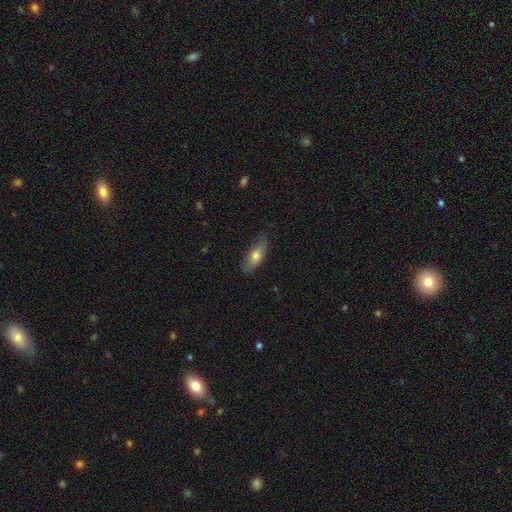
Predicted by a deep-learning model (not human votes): A smooth galaxy with no disk features (69%) that is in between round and cigar-shaped (70%). Merging: none (75%).